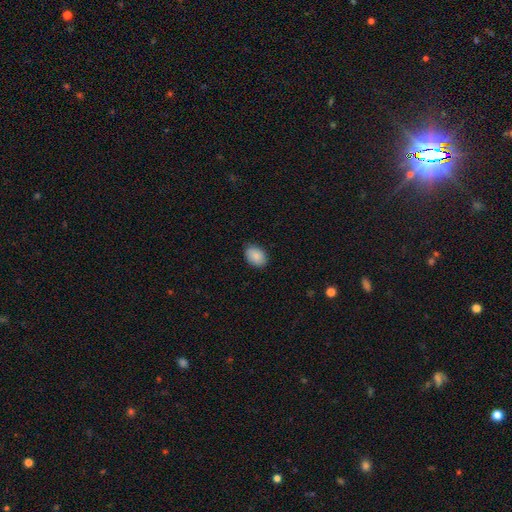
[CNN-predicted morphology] Smooth or featured: smooth — 88% (star or artifact — 7%)
How rounded: in between — 82% (round — 16%)
Merging: none — 86% (minor disturbance — 11%)